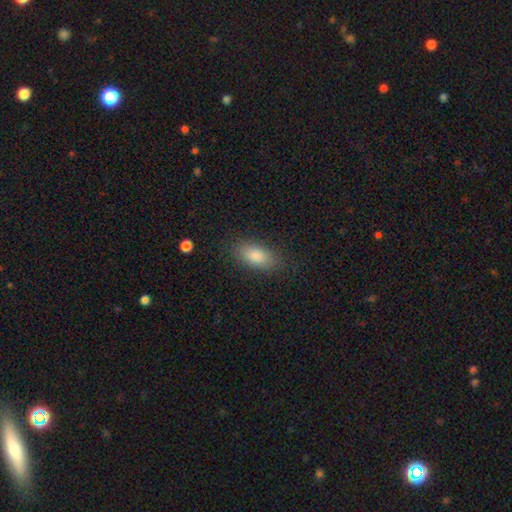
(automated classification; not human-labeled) smooth 84%, featured or disk 8%, star or artifact 8%. Down the decision tree: how rounded — in between (86%); merging — none (85%).